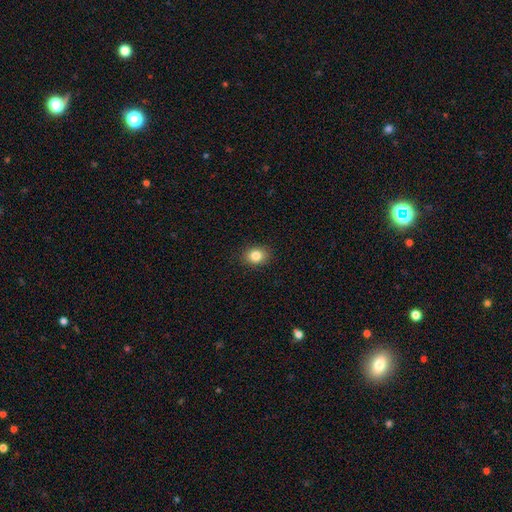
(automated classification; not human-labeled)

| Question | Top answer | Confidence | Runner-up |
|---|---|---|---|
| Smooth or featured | smooth | 84% | star or artifact (10%) |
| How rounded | round | 54% | in between (45%) |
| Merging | none | 89% | minor disturbance (8%) |